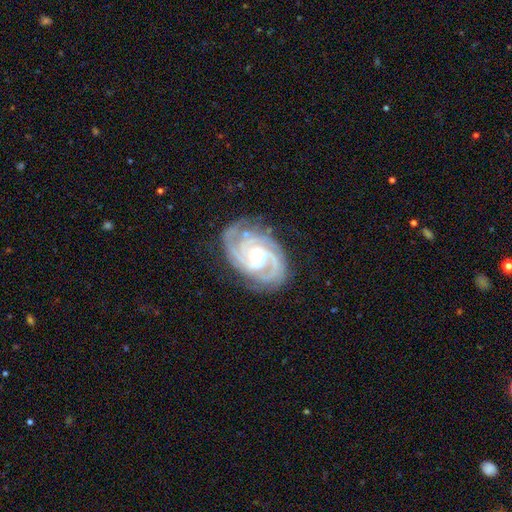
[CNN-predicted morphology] Smooth or featured: featured or disk — 93% (star or artifact — 4%)
Edge-on disk: no — 98% (yes — 2%)
Bar: no — 55% (weak — 33%)
Spiral arms: yes — 99% (no — 1%)
Spiral winding: tight — 72% (medium — 25%)
Spiral arm count: 3 — 41% (2 — 31%)
Bulge size: moderate — 53% (small — 44%)
Merging: none — 78% (minor disturbance — 16%)